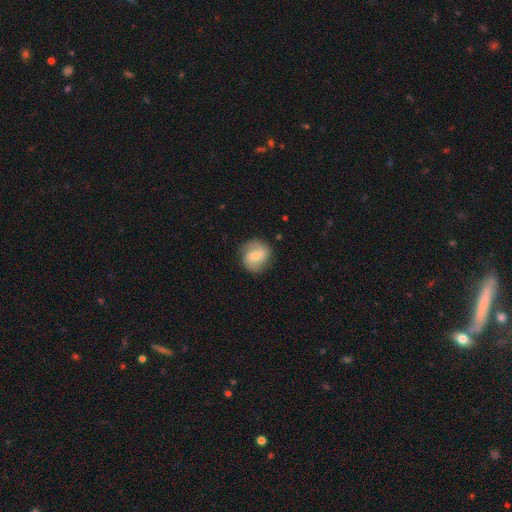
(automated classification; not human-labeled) Smooth or featured? Predicted: featured or disk (p=0.50). Merging? Predicted: none (p=0.78).